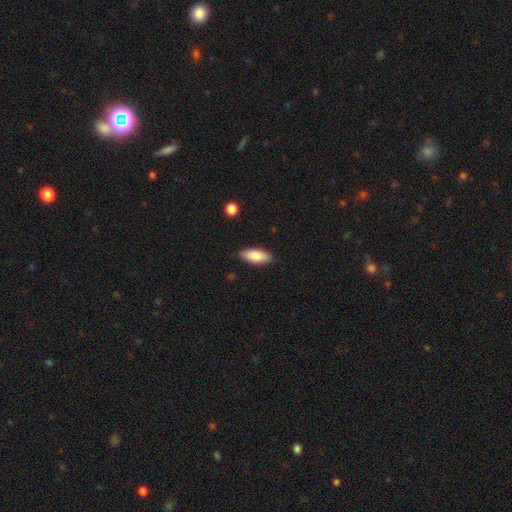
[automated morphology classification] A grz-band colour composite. It shows a smooth galaxy with no disk features (85%) that is in between round and cigar-shaped (82%). Merging: none (87%).